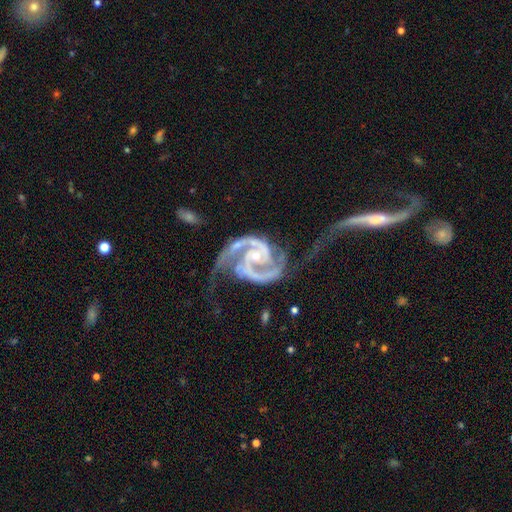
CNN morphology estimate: A featured or disk galaxy (95%) with no bar (50%), 2 (92%) medium (57%) spiral arms (99%) and a small central bulge (68%). Merging: none (41%).